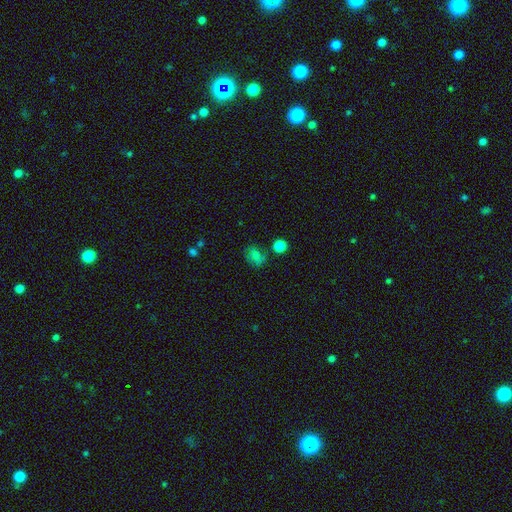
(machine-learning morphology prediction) Smooth or featured?
  - smooth: 71% *
  - star or artifact: 15%
  - featured or disk: 14%
How rounded?
  - in between: 54% *
  - round: 45%
  - cigar-shaped: 2%
Merging?
  - none: 63% *
  - minor disturbance: 21%
  - major disturbance: 8%
  - merger: 7%